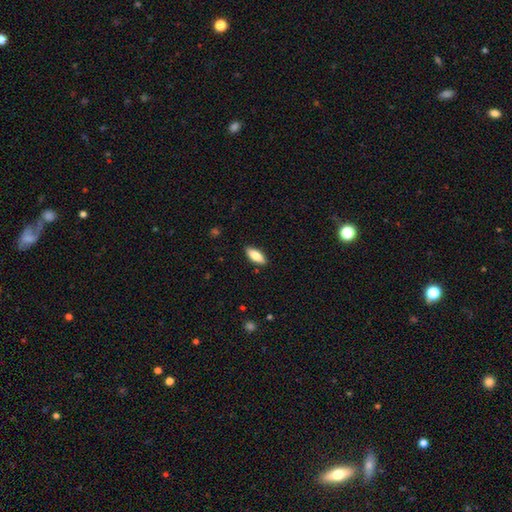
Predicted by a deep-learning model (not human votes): Smooth or featured? smooth (78%)
How rounded? in between (72%)
Merging? none (89%)